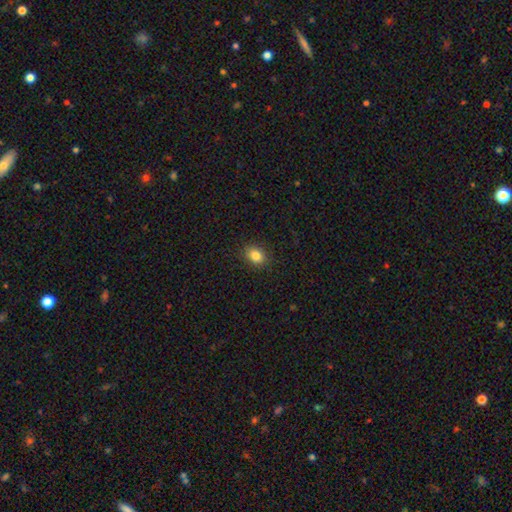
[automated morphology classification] type=smooth (84%); roundness=in between (60%); merging=none (89%).